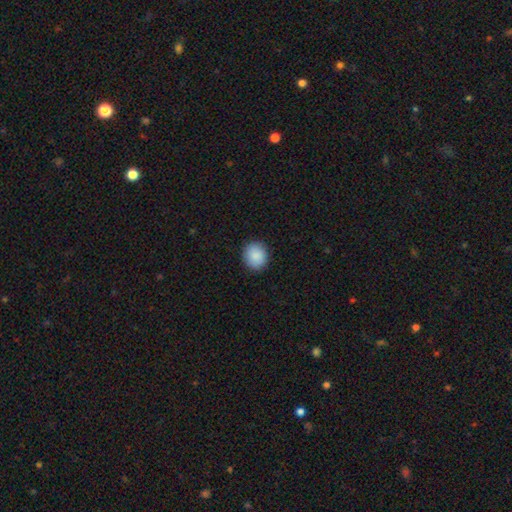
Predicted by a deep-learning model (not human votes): Smooth or featured? Predicted: smooth (p=0.90). How rounded? Predicted: round (p=0.76). Merging? Predicted: none (p=0.90).